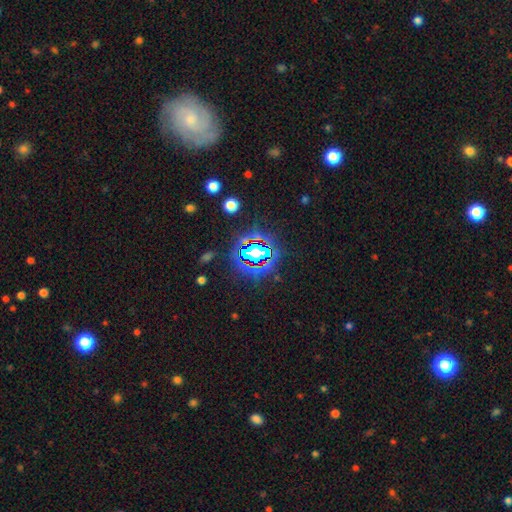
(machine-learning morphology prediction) Smooth or featured?
  - star or artifact: 67% *
  - smooth: 21%
  - featured or disk: 12%